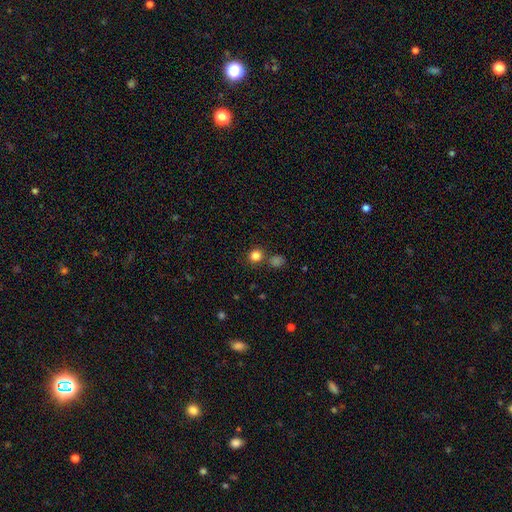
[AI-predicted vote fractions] Smooth or featured? Predicted: smooth (p=0.83). How rounded? Predicted: round (p=0.86). Merging? Predicted: none (p=0.76).